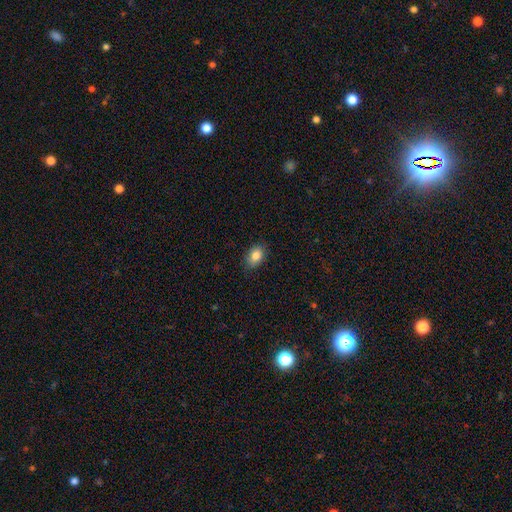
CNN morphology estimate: A smooth galaxy with no disk features (83%) that is in between round and cigar-shaped (80%). Merging: none (83%).